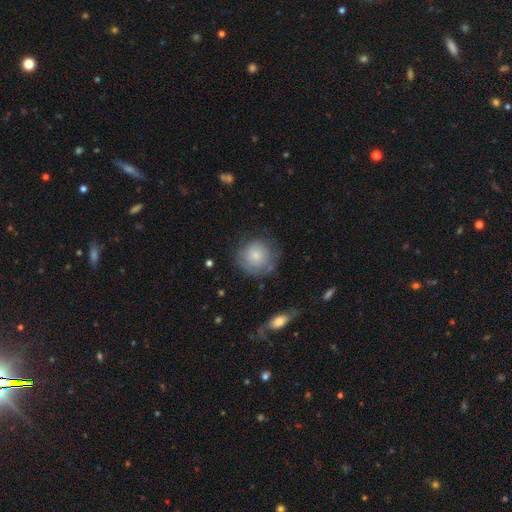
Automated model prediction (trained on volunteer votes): Smooth or featured? Predicted: smooth (p=0.71). How rounded? Predicted: round (p=0.92). Merging? Predicted: none (p=0.68).